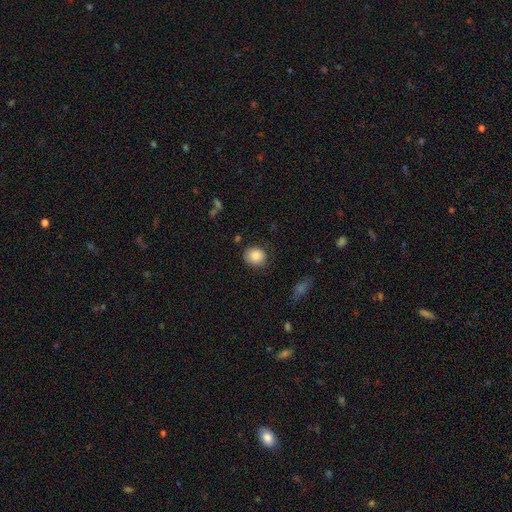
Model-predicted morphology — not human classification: smooth_or_featured: smooth (p=0.87) [alt: star or artifact p=0.08]
how_rounded: round (p=0.75) [alt: in between p=0.24]
merging: none (p=0.78) [alt: minor disturbance p=0.16]